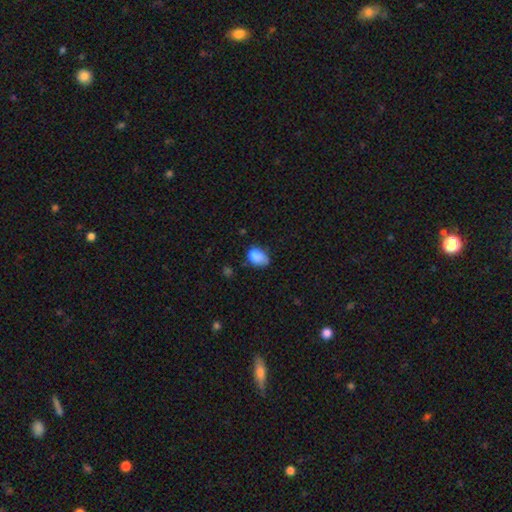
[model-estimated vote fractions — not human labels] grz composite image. It shows a smooth galaxy with no disk features (83%) that is in between round and cigar-shaped (81%). Merging: none (46%).